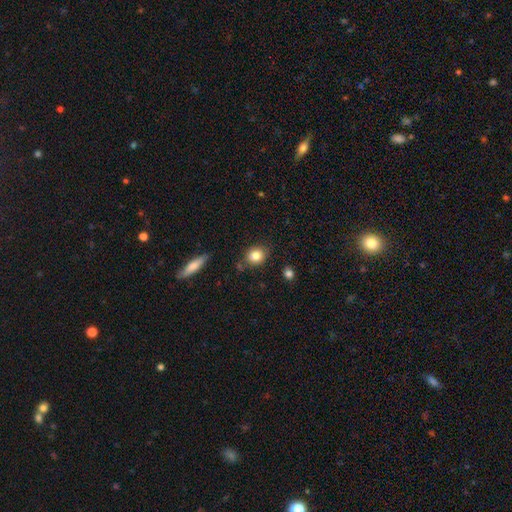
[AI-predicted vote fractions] The model was most divided on "how rounded": round: 63%, in between: 36%, cigar-shaped: 2%. More confident: smooth or featured — smooth (84%); merging — none (79%).